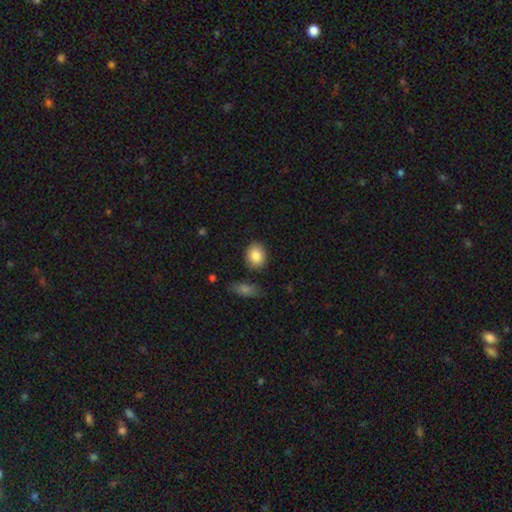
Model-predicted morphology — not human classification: A smooth galaxy with no disk features (87%) that is round (51%). Merging: none (84%).